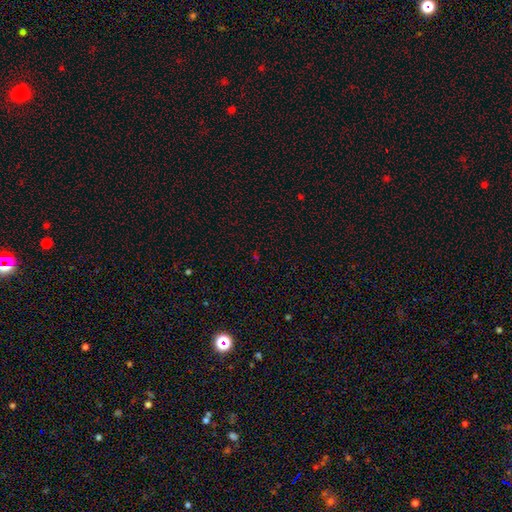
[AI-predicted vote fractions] Smooth or featured? star or artifact (64%)